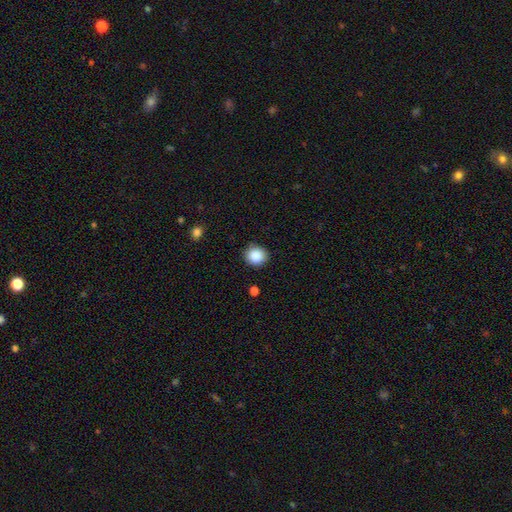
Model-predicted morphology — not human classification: The model was most divided on "how rounded": round: 85%, in between: 14%, cigar-shaped: 1%. More confident: smooth or featured — smooth (88%); merging — none (88%).